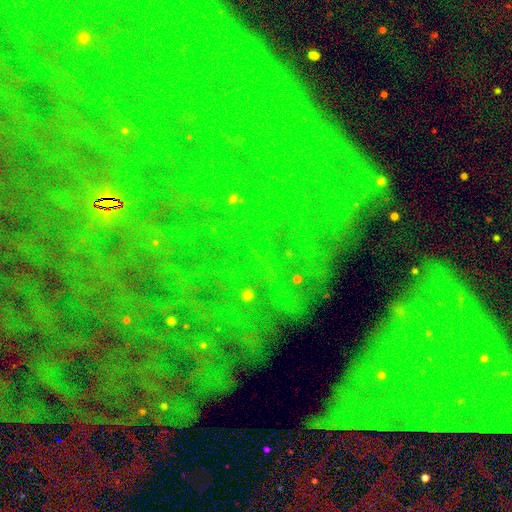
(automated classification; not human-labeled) A star or artifact, not a galaxy (84%).

Vote fractions:
- Smooth or featured? star or artifact: 84% / featured or disk: 8% / smooth: 8%